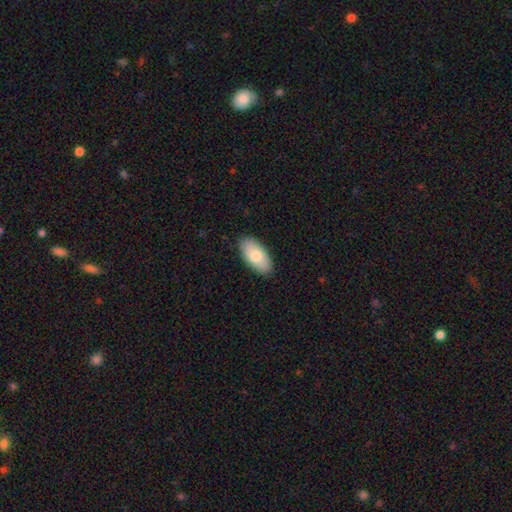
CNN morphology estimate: A smooth galaxy with no disk features (79%) that is in between round and cigar-shaped (94%).

Vote fractions:
- Smooth or featured? smooth: 79% / featured or disk: 16% / star or artifact: 6%
- How rounded? in between: 94% / cigar-shaped: 4% / round: 2%
- Merging? none: 88% / minor disturbance: 9% / major disturbance: 2% / merger: 1%